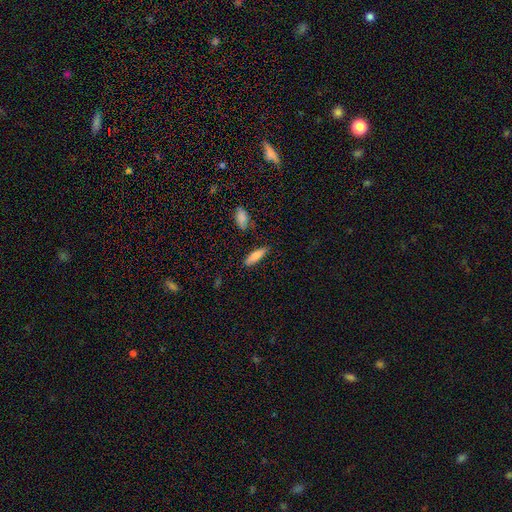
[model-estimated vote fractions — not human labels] Overall: smooth (79%). How rounded: cigar-shaped (52%; in between 46%). Merging: none (82%).